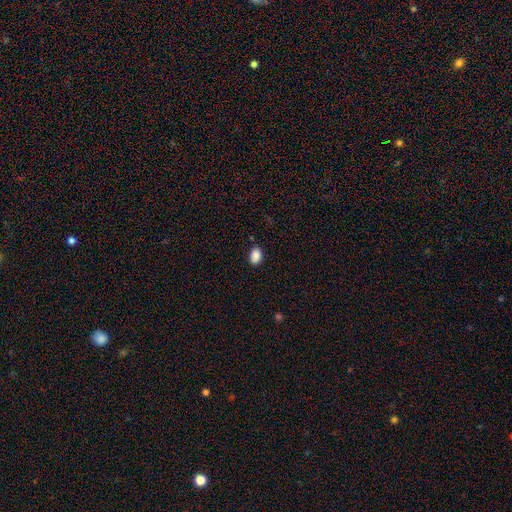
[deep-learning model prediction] Smooth or featured? Predicted: smooth (p=0.89). How rounded? Predicted: in between (p=0.83). Merging? Predicted: none (p=0.84).